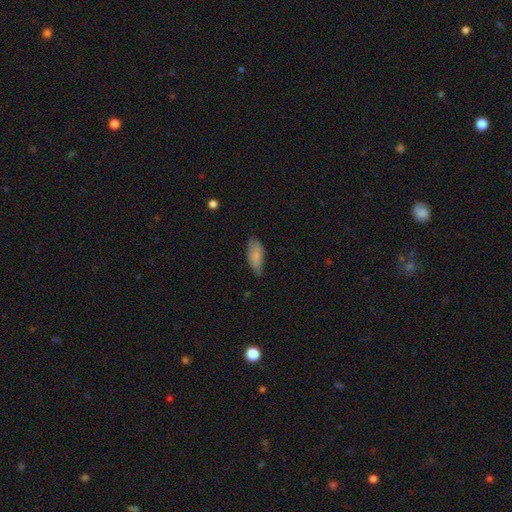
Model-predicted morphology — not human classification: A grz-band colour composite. It shows a smooth galaxy with no disk features (81%) that is in between round and cigar-shaped (84%). Merging: none (61%).